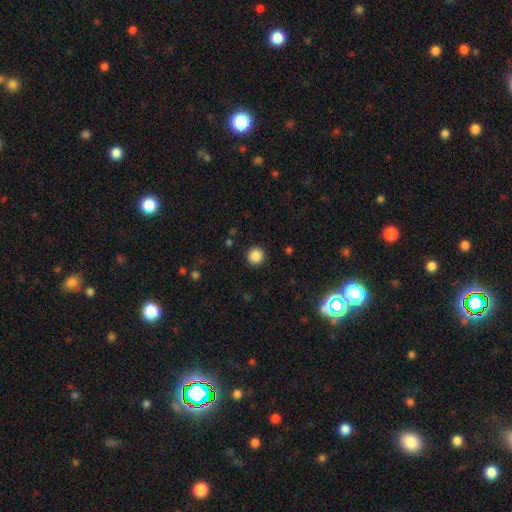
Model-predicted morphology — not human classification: Q: Smooth or featured?
A: smooth (87%); runner-up: star or artifact (10%)
Q: How rounded?
A: round (95%); runner-up: in between (4%)
Q: Merging?
A: none (92%); runner-up: minor disturbance (5%)